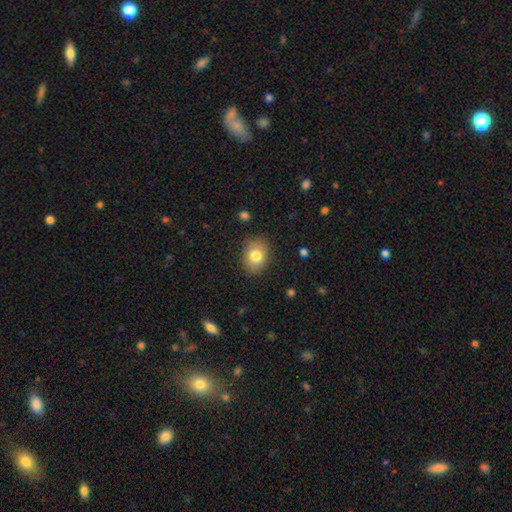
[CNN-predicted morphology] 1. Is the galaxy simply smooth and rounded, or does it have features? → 80% smooth, 11% featured or disk, 9% star or artifact.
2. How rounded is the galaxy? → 60% in between, 39% round, 1% cigar-shaped.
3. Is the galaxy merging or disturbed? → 85% none, 11% minor disturbance, 3% major disturbance, 1% merger.